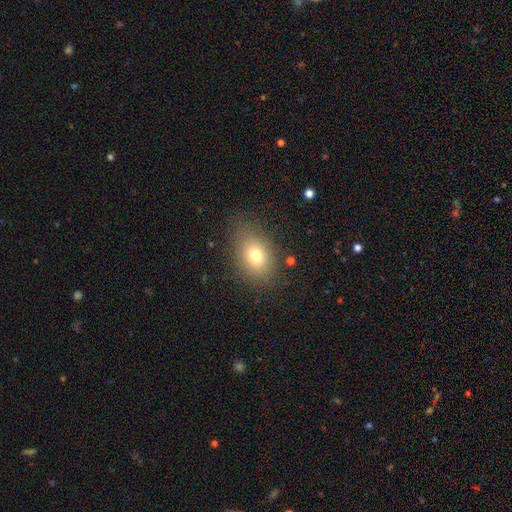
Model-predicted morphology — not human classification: smooth 76%, featured or disk 13%, star or artifact 12%. Down the decision tree: how rounded — in between (76%); merging — none (79%).